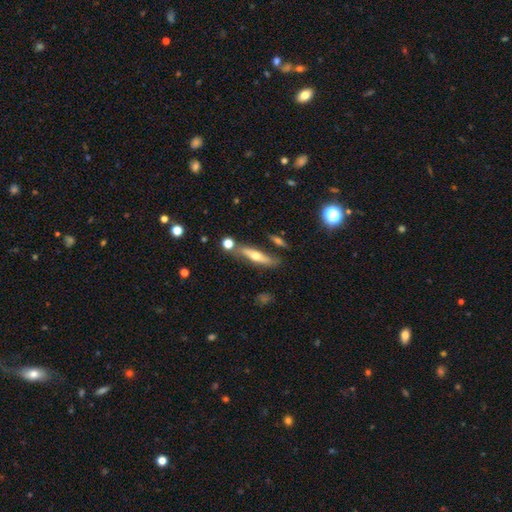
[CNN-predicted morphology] A featured or disk galaxy (51%) viewed edge-on (83%). Merging: none (70%).